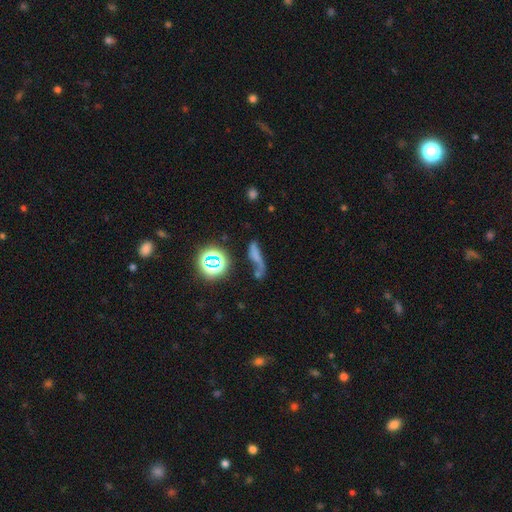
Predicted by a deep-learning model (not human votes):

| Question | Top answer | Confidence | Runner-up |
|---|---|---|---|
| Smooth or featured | smooth | 47% | star or artifact (28%) |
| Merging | none | 36% | merger (25%) |